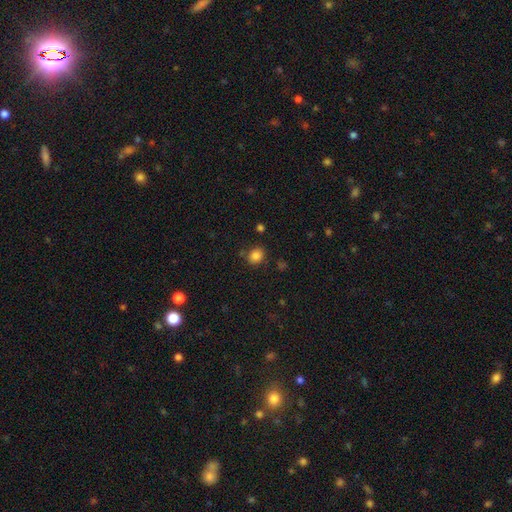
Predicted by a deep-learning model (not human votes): A smooth galaxy with no disk features (83%) that is round (65%). Merging: none (82%).